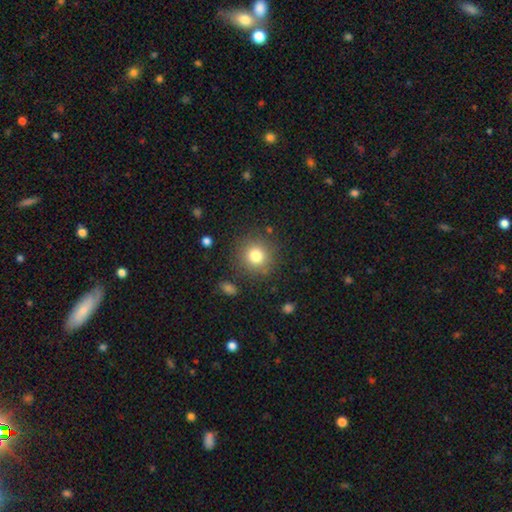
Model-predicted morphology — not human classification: Q: Smooth or featured?
A: smooth (80%); runner-up: star or artifact (12%)
Q: How rounded?
A: round (93%); runner-up: in between (6%)
Q: Merging?
A: none (86%); runner-up: minor disturbance (8%)